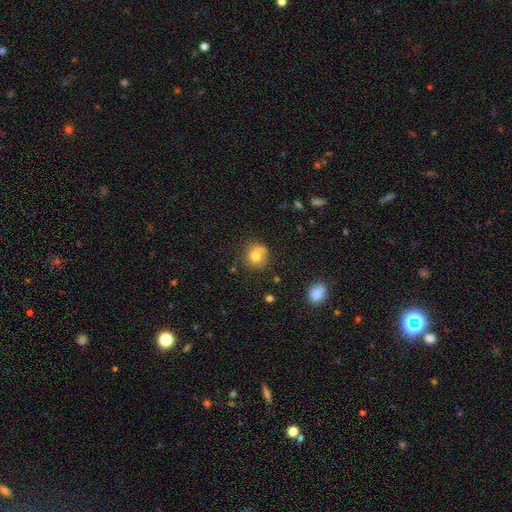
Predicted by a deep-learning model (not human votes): The model was most divided on "merging": none: 56%, minor disturbance: 19%, merger: 18%, major disturbance: 7%. More confident: how rounded — round (83%); smooth or featured — smooth (74%).